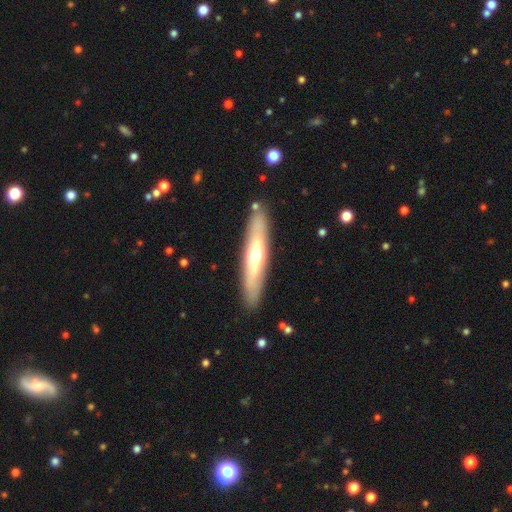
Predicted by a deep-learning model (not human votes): smooth_or_featured: featured or disk (p=0.52) [alt: smooth p=0.43]
disk_edge_on: yes (p=0.75) [alt: no p=0.25]
merging: none (p=0.87) [alt: minor disturbance p=0.09]